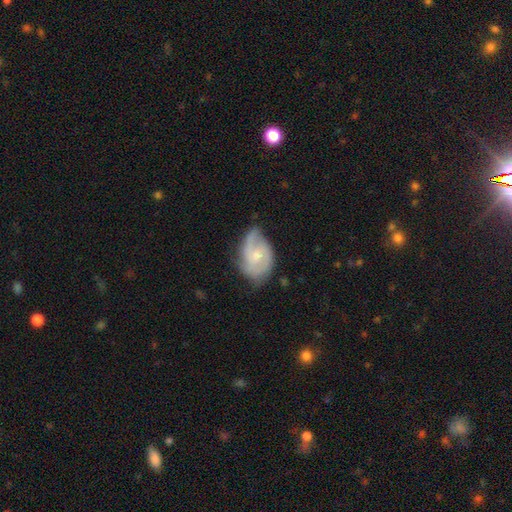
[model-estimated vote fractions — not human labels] This is likely a featured or disk galaxy (73%). It is clearly not viewed edge-on (97%). Bar: possibly no (59%). Spiral arm pattern: clearly yes (91%). Spiral arm count: possibly 2 (57%). Spiral winding: possibly medium (46%). Central bulge: likely small (61%). Merging: possibly none (53%).